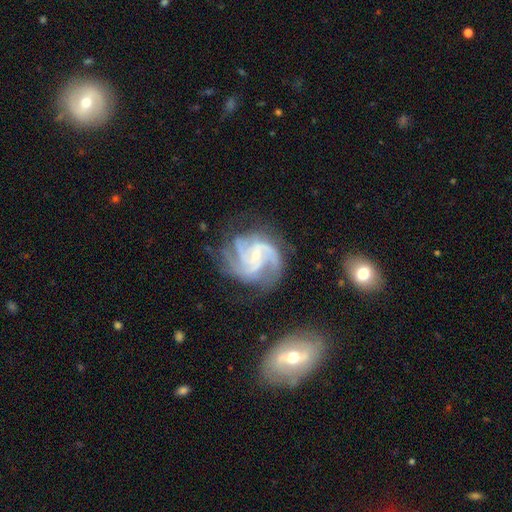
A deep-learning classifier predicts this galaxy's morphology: Smooth or featured?
  - featured or disk: 91% *
  - star or artifact: 5%
  - smooth: 4%
Edge-on disk?
  - no: 98% *
  - yes: 2%
Bar?
  - no: 48% *
  - weak: 37%
  - strong: 14%
Spiral arms?
  - yes: 98% *
  - no: 2%
Spiral winding?
  - medium: 51% *
  - tight: 37%
  - loose: 12%
Spiral arm count?
  - 3: 45% *
  - 4: 23%
  - 2: 13%
  - can't tell: 9%
  - more than 4: 6%
  - 1: 5%
Bulge size?
  - small: 73% *
  - moderate: 23%
  - none: 2%
  - large: 1%
  - dominant: 1%
Merging?
  - none: 65% *
  - minor disturbance: 20%
  - major disturbance: 13%
  - merger: 3%